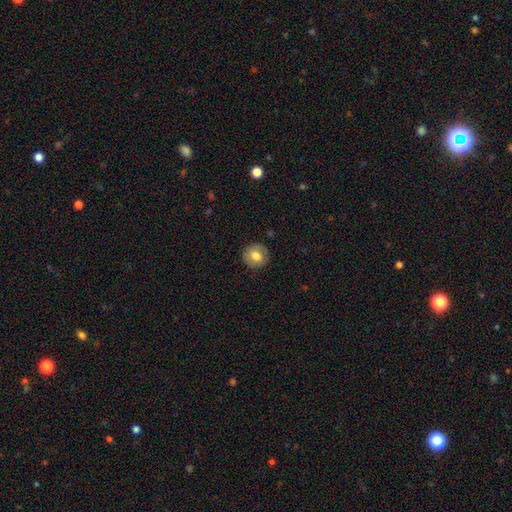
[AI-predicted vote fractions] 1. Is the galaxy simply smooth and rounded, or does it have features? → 75% smooth, 16% featured or disk, 8% star or artifact.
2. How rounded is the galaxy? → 91% round, 8% in between, 1% cigar-shaped.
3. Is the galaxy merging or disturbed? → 88% none, 9% minor disturbance, 2% major disturbance, 1% merger.